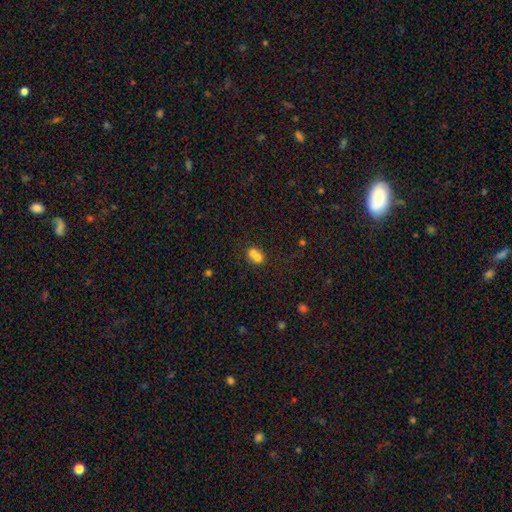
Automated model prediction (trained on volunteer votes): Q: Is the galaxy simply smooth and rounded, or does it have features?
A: smooth — 68%.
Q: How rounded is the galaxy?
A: round — 67%.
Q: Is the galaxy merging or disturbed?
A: merger — 66%.